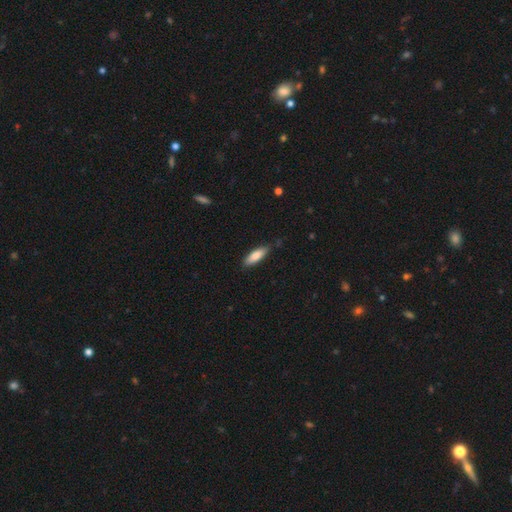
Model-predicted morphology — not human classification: Smooth or featured: smooth — 81% (featured or disk — 14%)
How rounded: cigar-shaped — 49% (tied with in between — 49%)
Merging: none — 81% (minor disturbance — 15%)